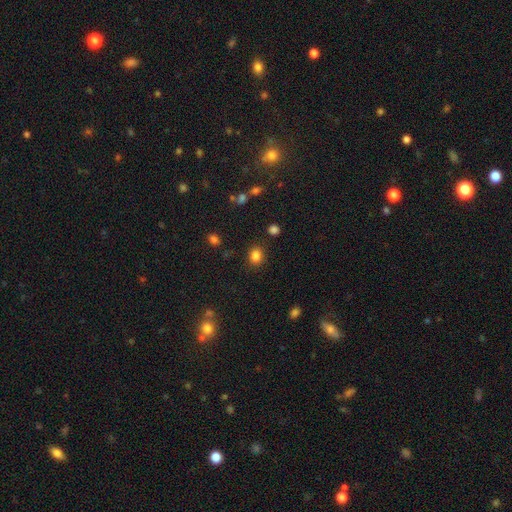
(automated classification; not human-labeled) smooth-or-featured: smooth: 84% | star or artifact: 12% | featured or disk: 5%
  how-rounded: round: 63% | in between: 36% | cigar-shaped: 1%
  merging: none: 86% | minor disturbance: 9% | major disturbance: 3% | merger: 2%